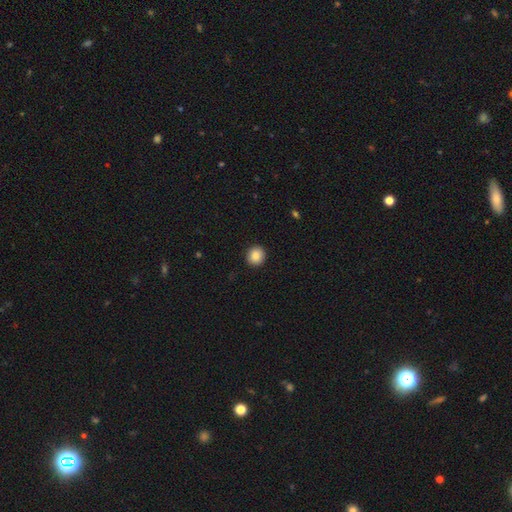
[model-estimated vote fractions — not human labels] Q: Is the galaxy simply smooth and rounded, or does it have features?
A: smooth — 88%.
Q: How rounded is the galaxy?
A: round — 91%.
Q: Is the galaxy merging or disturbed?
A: none — 92%.